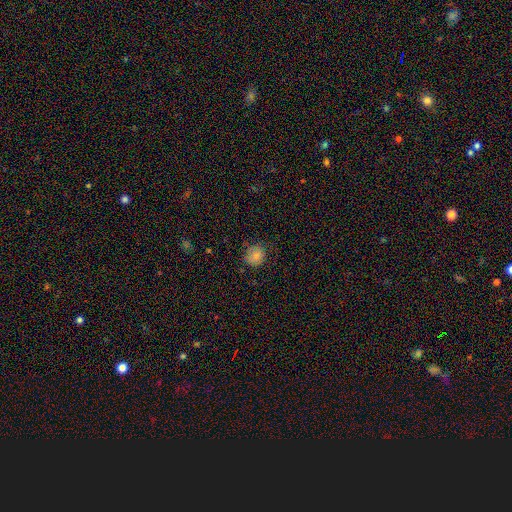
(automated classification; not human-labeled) smooth_or_featured: smooth (p=0.82) [alt: star or artifact p=0.10]
how_rounded: round (p=0.72) [alt: in between p=0.27]
merging: none (p=0.69) [alt: minor disturbance p=0.23]